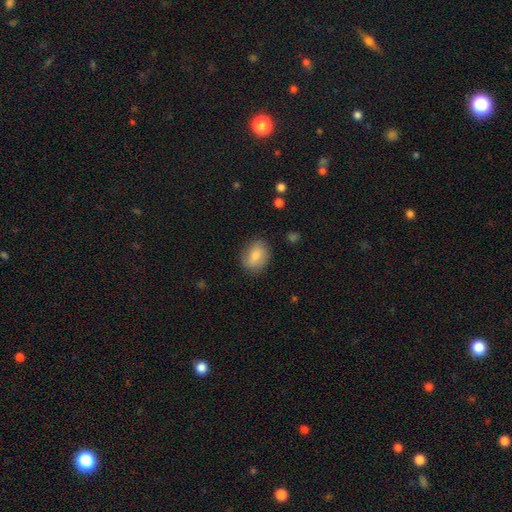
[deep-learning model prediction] Overall: smooth (80%). How rounded: in between (59%; round 40%). Merging: none (79%).